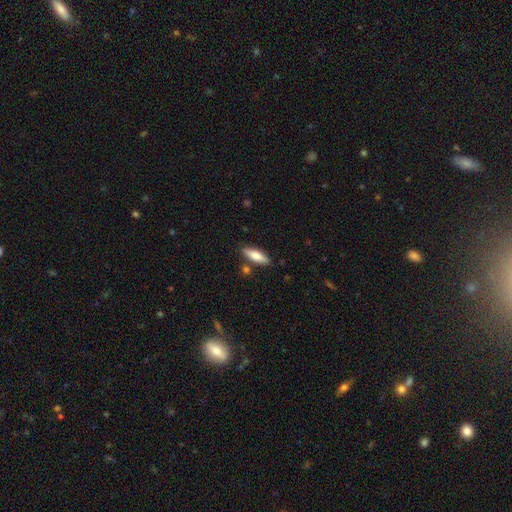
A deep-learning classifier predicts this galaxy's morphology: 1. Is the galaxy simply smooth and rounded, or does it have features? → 70% smooth, 24% featured or disk, 6% star or artifact.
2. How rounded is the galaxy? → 50% in between, 48% cigar-shaped, 2% round.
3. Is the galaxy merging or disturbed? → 82% none, 10% minor disturbance, 5% merger, 2% major disturbance.